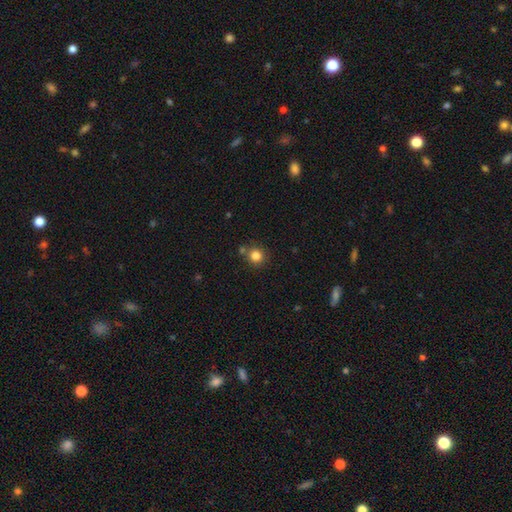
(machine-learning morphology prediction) Smooth or featured?
  - smooth: 83% *
  - star or artifact: 12%
  - featured or disk: 5%
How rounded?
  - round: 92% *
  - in between: 8%
  - cigar-shaped: 1%
Merging?
  - none: 78% *
  - merger: 10%
  - minor disturbance: 9%
  - major disturbance: 3%